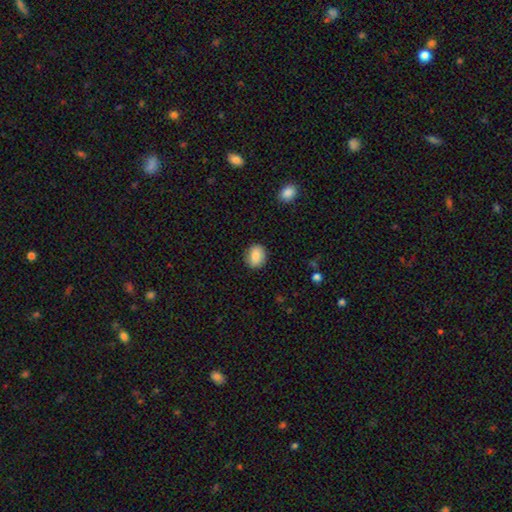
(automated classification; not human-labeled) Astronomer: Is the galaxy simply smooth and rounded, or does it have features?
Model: smooth — 86%.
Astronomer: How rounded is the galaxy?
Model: round — 51% (runner-up: in between, 48%).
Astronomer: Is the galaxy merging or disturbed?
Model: none — 87%.